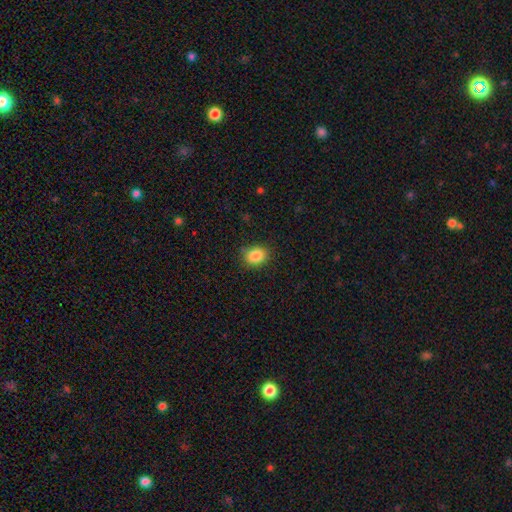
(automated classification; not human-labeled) Morphology: type=smooth (86%); roundness=in between (52%); merging=none (83%).